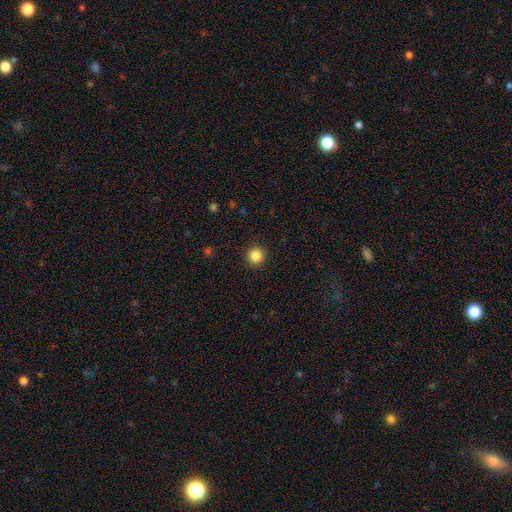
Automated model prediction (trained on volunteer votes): Q: Smooth or featured?
A: smooth (85%); runner-up: star or artifact (11%)
Q: How rounded?
A: round (95%); runner-up: in between (4%)
Q: Merging?
A: none (92%); runner-up: minor disturbance (5%)